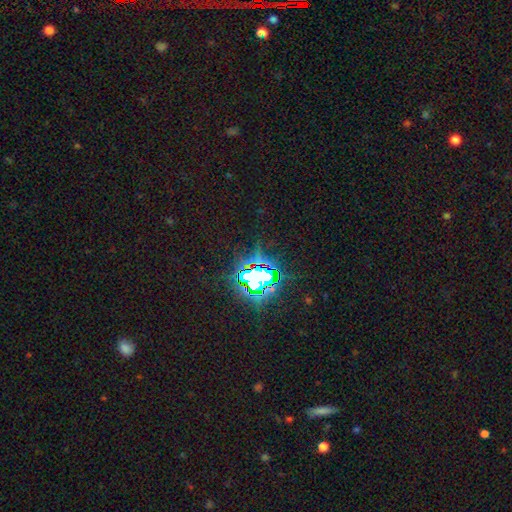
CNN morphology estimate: smooth_or_featured: star or artifact (p=0.83) [alt: smooth p=0.10]